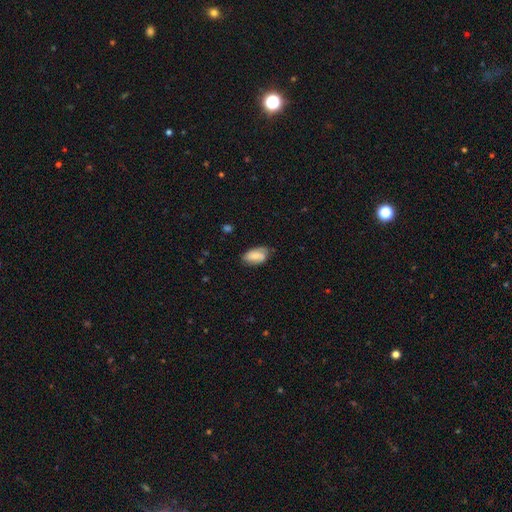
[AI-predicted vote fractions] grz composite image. It shows a smooth galaxy with no disk features (71%) that is in between round and cigar-shaped (93%). Merging: none (64%).